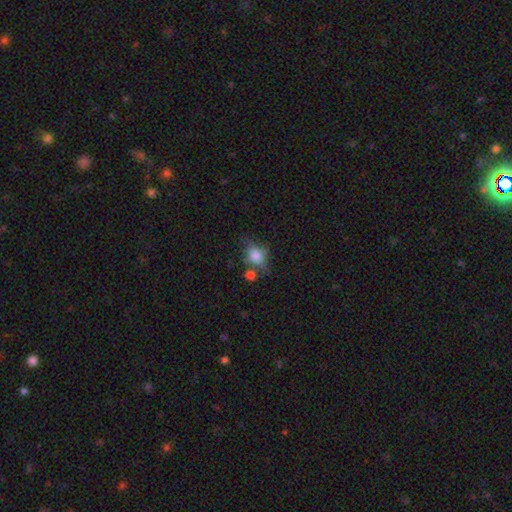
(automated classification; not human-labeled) smooth-or-featured: smooth: 75% | featured or disk: 14% | star or artifact: 11%
  how-rounded: in between: 55% | round: 43% | cigar-shaped: 2%
  merging: none: 46% | minor disturbance: 27% | major disturbance: 14% | merger: 13%